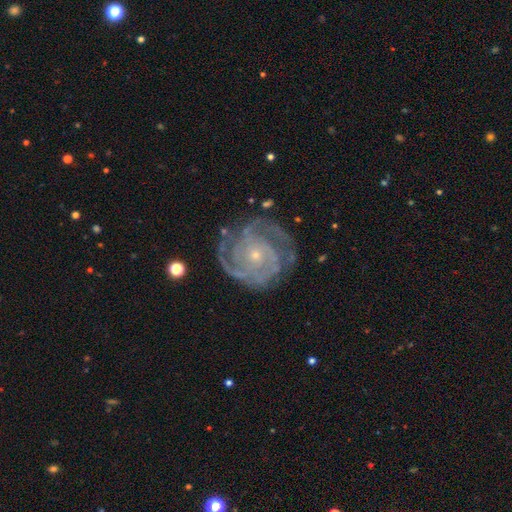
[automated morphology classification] This appears to be a featured or disk galaxy (90%) with no bar (77%), 3 (30%) tight (71%) spiral arms (97%) and a small central bulge (79%). Merging: none (74%).